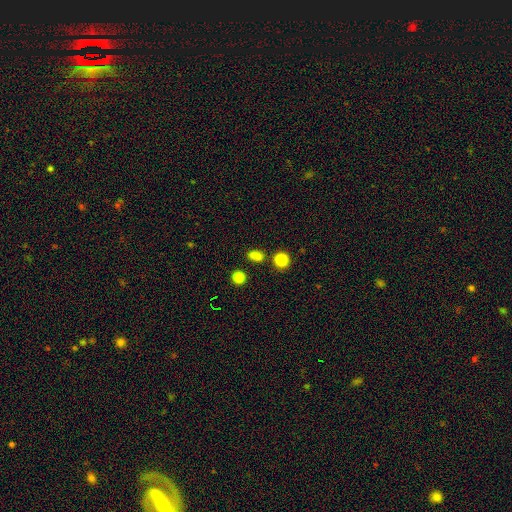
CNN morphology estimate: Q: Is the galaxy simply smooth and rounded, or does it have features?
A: smooth — 76%.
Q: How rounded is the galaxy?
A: in between — 65%.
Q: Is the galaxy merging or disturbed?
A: none — 78%.